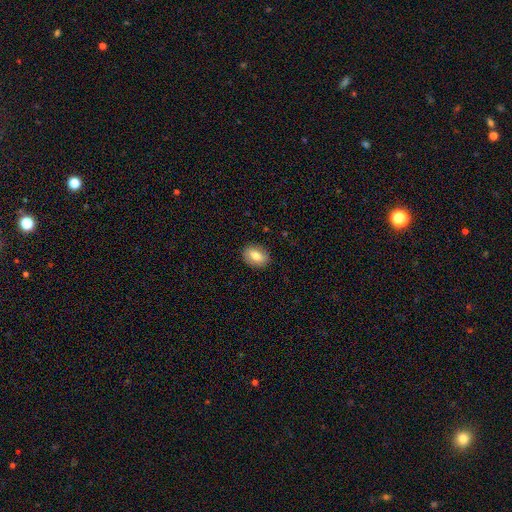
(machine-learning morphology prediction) smooth-or-featured: smooth: 78% | featured or disk: 14% | star or artifact: 8%
  how-rounded: in between: 77% | round: 22% | cigar-shaped: 1%
  merging: none: 88% | minor disturbance: 9% | major disturbance: 2% | merger: 1%